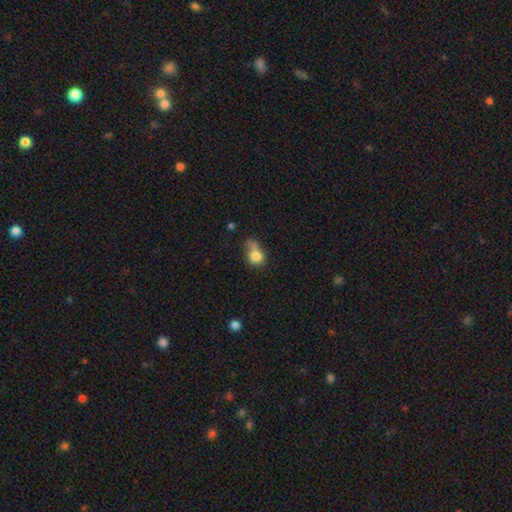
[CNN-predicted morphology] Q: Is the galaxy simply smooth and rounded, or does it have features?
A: smooth — 79%.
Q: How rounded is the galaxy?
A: round — 67%.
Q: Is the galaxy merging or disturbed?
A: none — 34%.